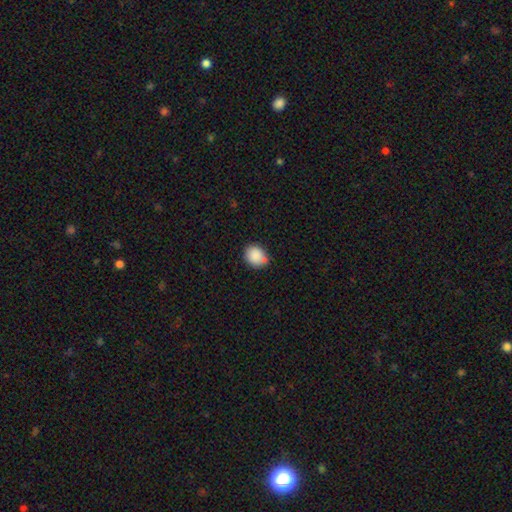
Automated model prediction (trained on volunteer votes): A smooth galaxy with no disk features (88%) that is round (60%).

Vote fractions:
- Smooth or featured? smooth: 88% / star or artifact: 8% / featured or disk: 4%
- How rounded? round: 60% / in between: 39% / cigar-shaped: 1%
- Merging? none: 69% / minor disturbance: 24% / merger: 4% / major disturbance: 4%